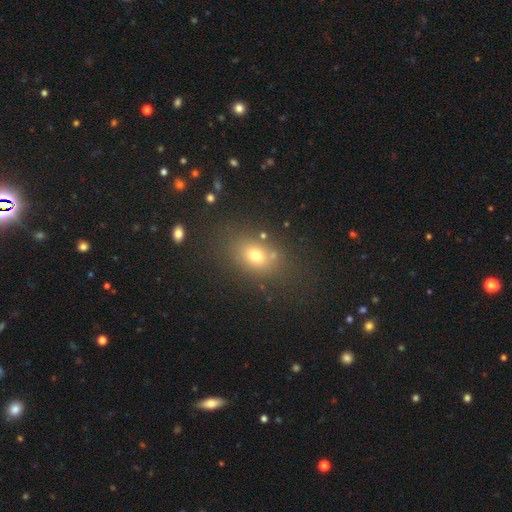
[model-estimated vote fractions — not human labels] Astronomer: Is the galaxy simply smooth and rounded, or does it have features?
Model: smooth — 70%.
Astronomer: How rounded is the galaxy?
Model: in between — 68%.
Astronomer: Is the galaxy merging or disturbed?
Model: none — 77%.